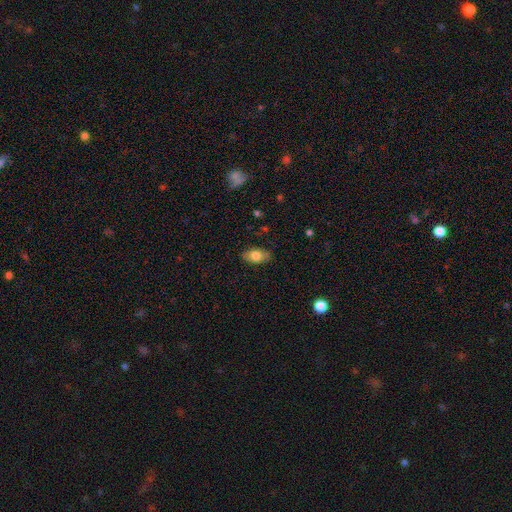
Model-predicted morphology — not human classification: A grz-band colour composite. It shows a smooth galaxy with no disk features (78%) that is in between round and cigar-shaped (91%). Merging: none (85%).